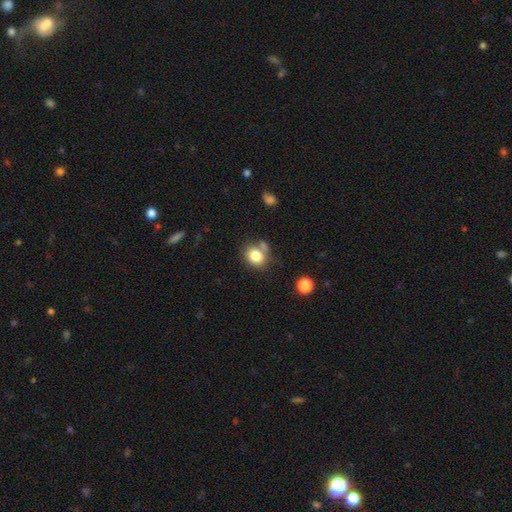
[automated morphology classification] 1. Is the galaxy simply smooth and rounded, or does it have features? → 82% smooth, 10% star or artifact, 8% featured or disk.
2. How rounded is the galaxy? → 60% round, 39% in between, 1% cigar-shaped.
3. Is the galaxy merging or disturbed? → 61% none, 19% merger, 15% minor disturbance, 5% major disturbance.